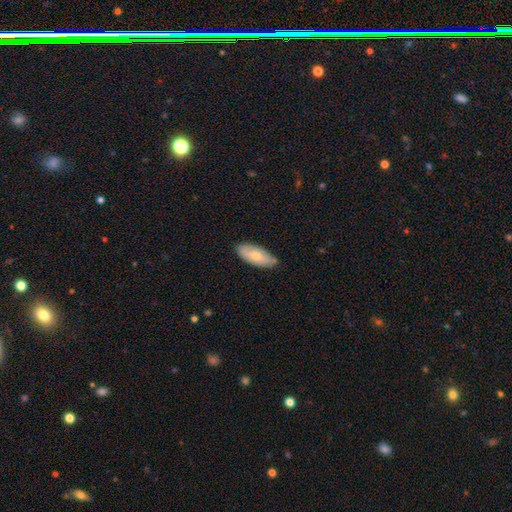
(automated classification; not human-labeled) This is likely a smooth galaxy (71%). How rounded: clearly in between (87%). Merging: likely none (76%).